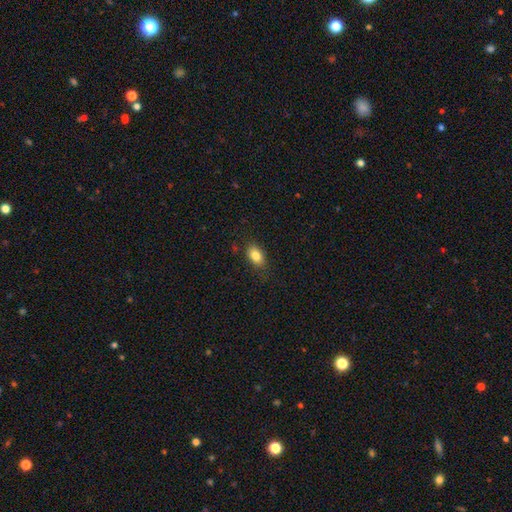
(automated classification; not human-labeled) Smooth or featured?
  - smooth: 83% *
  - star or artifact: 9%
  - featured or disk: 8%
How rounded?
  - in between: 86% *
  - round: 11%
  - cigar-shaped: 3%
Merging?
  - none: 80% *
  - minor disturbance: 15%
  - major disturbance: 3%
  - merger: 1%